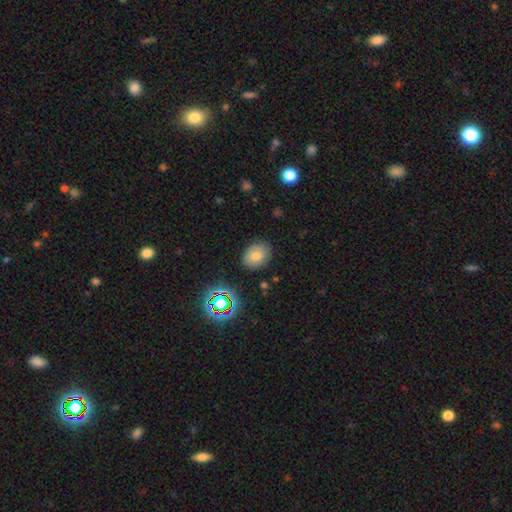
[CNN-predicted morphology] smooth-or-featured: smooth: 73% | star or artifact: 15% | featured or disk: 12%
  how-rounded: in between: 55% | round: 44% | cigar-shaped: 1%
  merging: none: 85% | minor disturbance: 11% | major disturbance: 3% | merger: 2%